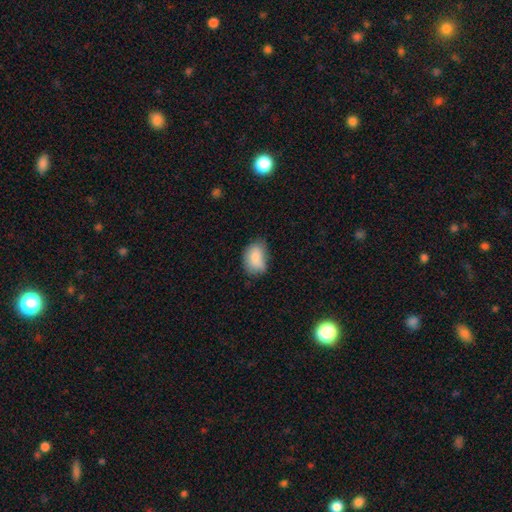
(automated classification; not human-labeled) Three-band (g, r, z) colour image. It shows a smooth galaxy with no disk features (81%) that is in between round and cigar-shaped (81%). Merging: none (47%).